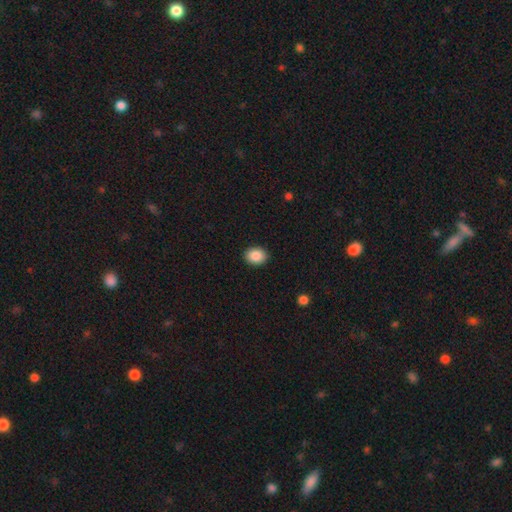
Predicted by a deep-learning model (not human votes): The model was most divided on "how rounded": in between: 59%, round: 40%, cigar-shaped: 1%. More confident: merging — none (91%); smooth or featured — smooth (88%).